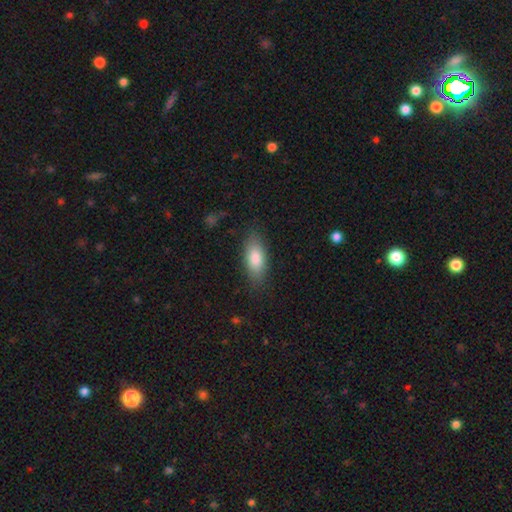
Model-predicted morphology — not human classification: This appears to be a smooth galaxy with no disk features (81%) that is in between round and cigar-shaped (79%). Merging: none (86%).